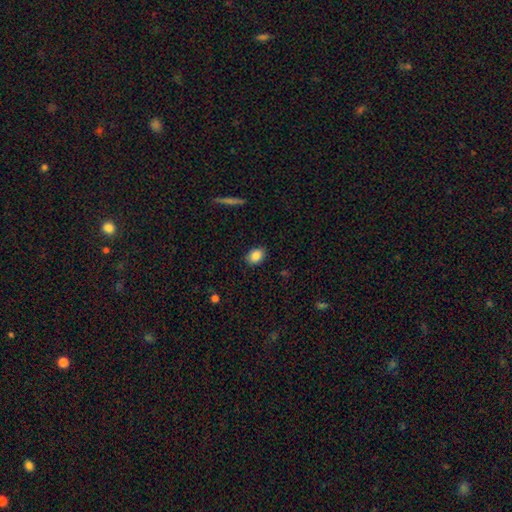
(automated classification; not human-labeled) This appears to be a smooth galaxy with no disk features (86%) that is in between round and cigar-shaped (67%). Merging: none (88%).